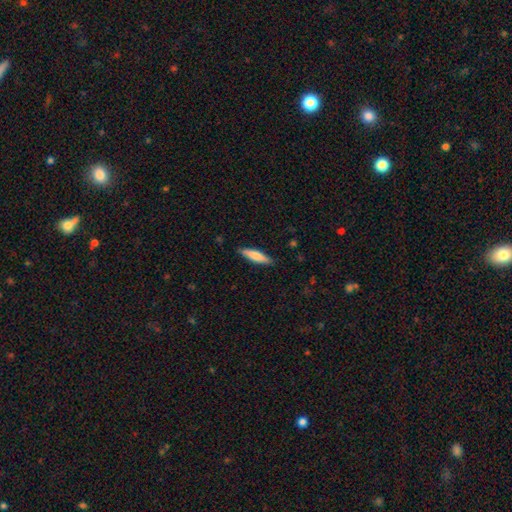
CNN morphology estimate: A smooth galaxy with no disk features (74%) that is cigar-shaped (73%).

Vote fractions:
- Smooth or featured? smooth: 74% / featured or disk: 20% / star or artifact: 5%
- How rounded? cigar-shaped: 73% / in between: 26% / round: 1%
- Merging? none: 86% / minor disturbance: 11% / major disturbance: 2% / merger: 1%